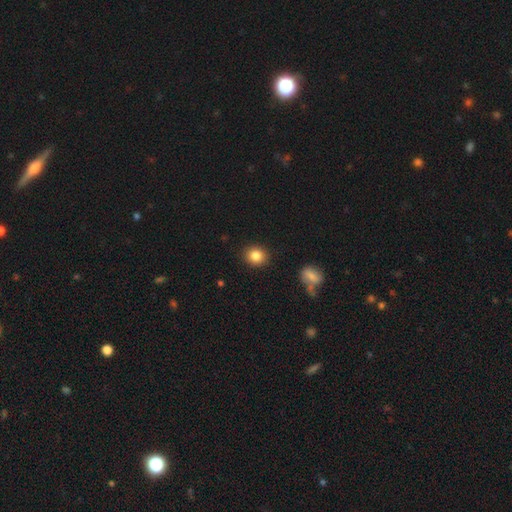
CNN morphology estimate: This appears to be a smooth galaxy with no disk features (84%) that is round (78%). Merging: none (89%).